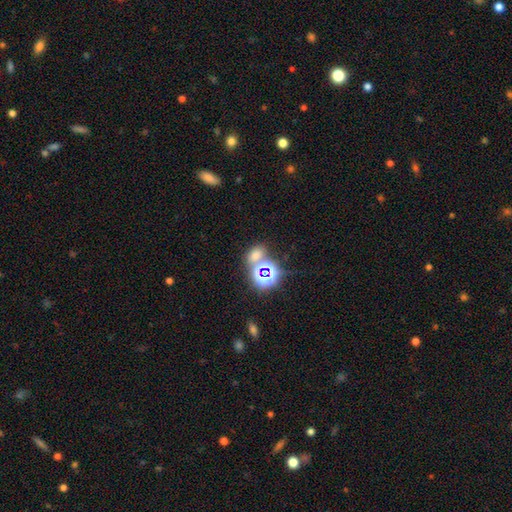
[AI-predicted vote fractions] A smooth galaxy with no disk features (51%) that is in between round and cigar-shaped (64%). Merging: none (61%).